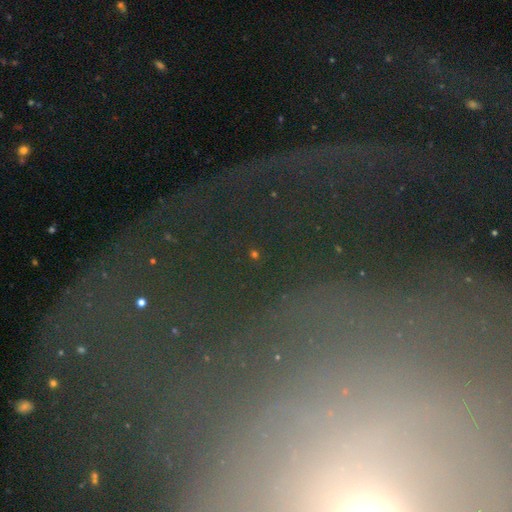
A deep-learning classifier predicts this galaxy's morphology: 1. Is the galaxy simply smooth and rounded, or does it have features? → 72% star or artifact, 15% smooth, 14% featured or disk.